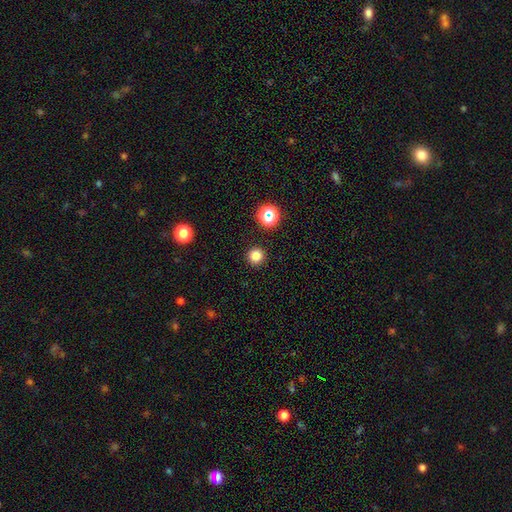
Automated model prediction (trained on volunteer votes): Smooth or featured: smooth — 82% (star or artifact — 14%)
How rounded: round — 96% (in between — 3%)
Merging: none — 92% (minor disturbance — 5%)